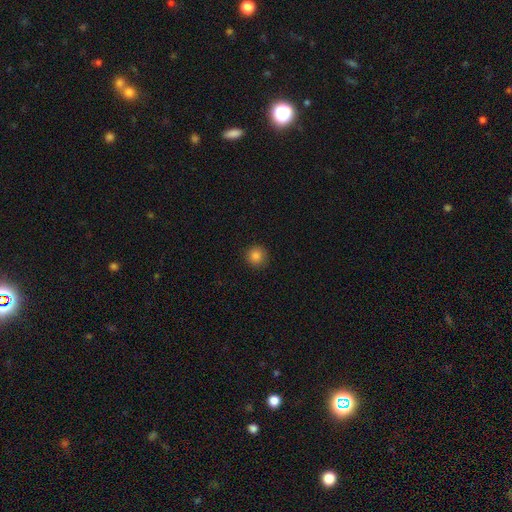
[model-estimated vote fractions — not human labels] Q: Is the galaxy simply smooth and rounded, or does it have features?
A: smooth — 85%.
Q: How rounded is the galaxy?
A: round — 94%.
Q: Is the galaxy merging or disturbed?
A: none — 90%.